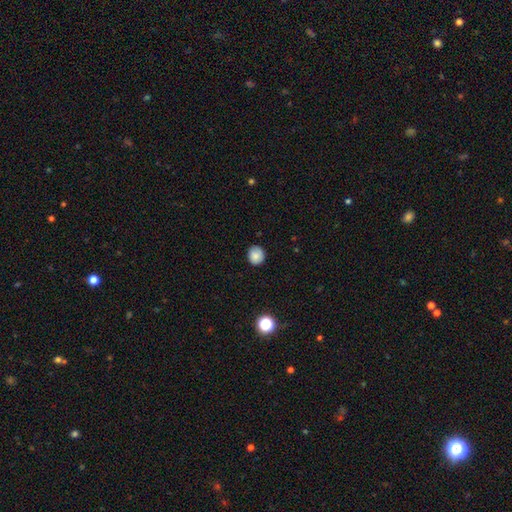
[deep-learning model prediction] The model was most divided on "how rounded": round: 79%, in between: 20%, cigar-shaped: 1%. More confident: smooth or featured — smooth (83%); merging — none (82%).